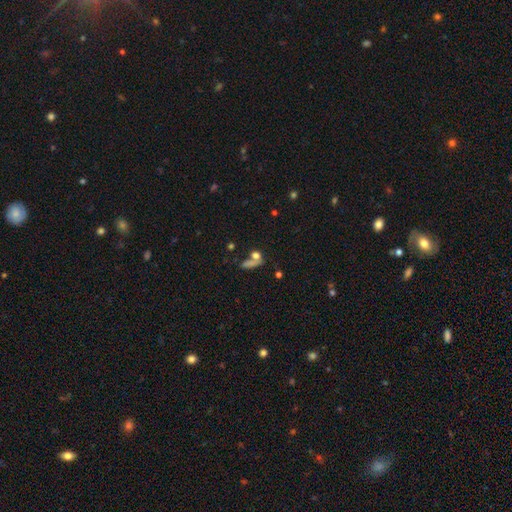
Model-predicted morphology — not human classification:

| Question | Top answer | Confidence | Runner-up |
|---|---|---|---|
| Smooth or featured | smooth | 68% | star or artifact (18%) |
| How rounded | round | 43% | in between (37%) |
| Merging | none | 45% | merger (32%) |